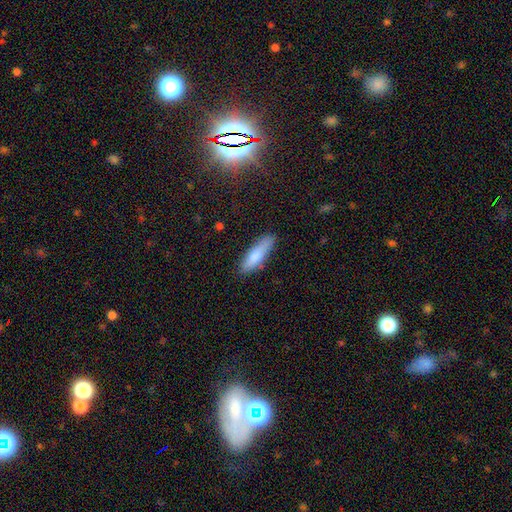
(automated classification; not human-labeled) Smooth or featured: smooth — 79% (featured or disk — 15%)
How rounded: cigar-shaped — 62% (in between — 36%)
Merging: none — 82% (minor disturbance — 14%)